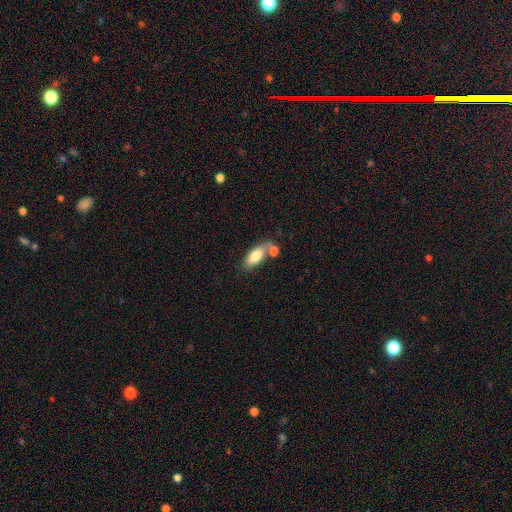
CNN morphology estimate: A smooth galaxy with no disk features (75%) that is in between round and cigar-shaped (81%). Merging: none (51%).